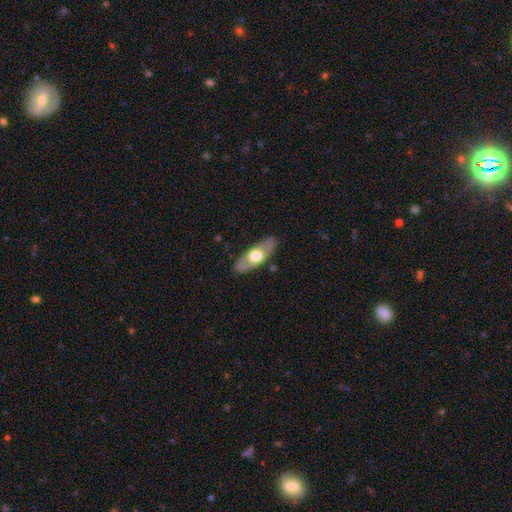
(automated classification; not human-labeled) Q: Smooth or featured?
A: featured or disk (50%); runner-up: smooth (45%)
Q: Edge-on disk?
A: no (64%); runner-up: yes (36%)
Q: Merging?
A: none (84%); runner-up: minor disturbance (12%)